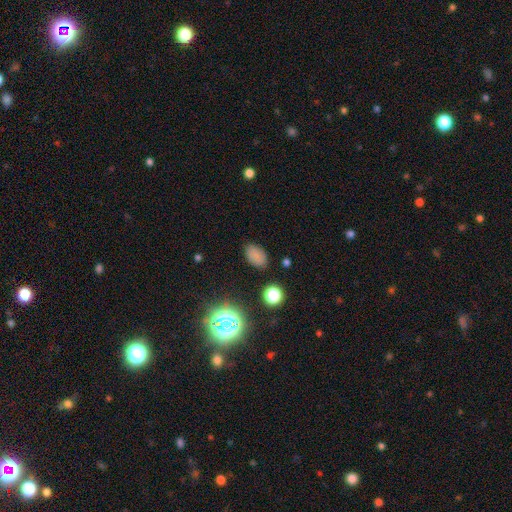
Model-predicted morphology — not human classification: Smooth or featured: smooth — 77% (star or artifact — 17%)
How rounded: in between — 87% (round — 11%)
Merging: none — 84% (minor disturbance — 11%)